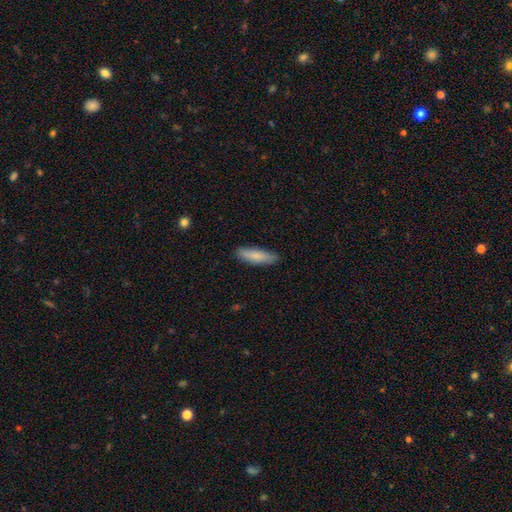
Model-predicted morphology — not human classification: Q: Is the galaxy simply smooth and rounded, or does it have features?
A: smooth — 80%.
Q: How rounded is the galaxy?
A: cigar-shaped — 69%.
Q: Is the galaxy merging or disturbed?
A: none — 86%.